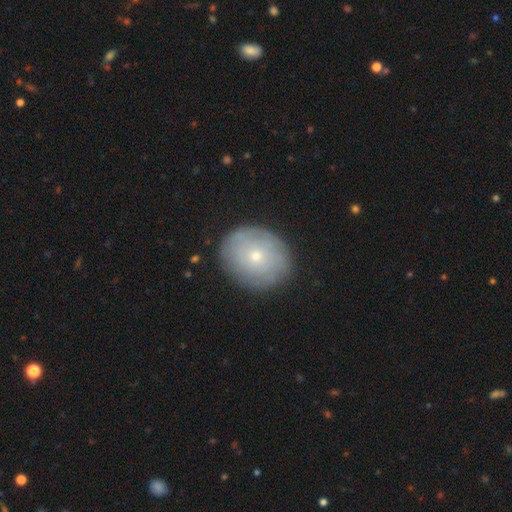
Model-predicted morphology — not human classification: smooth_or_featured: smooth (p=0.52) [alt: featured or disk p=0.39]
how_rounded: round (p=0.67) [alt: in between p=0.32]
merging: none (p=0.84) [alt: minor disturbance p=0.12]